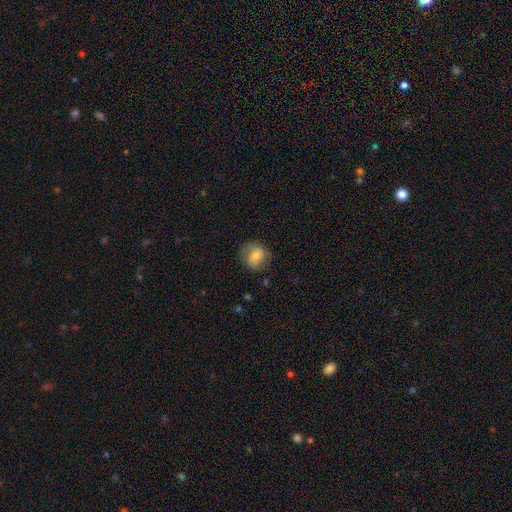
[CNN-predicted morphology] type=smooth (70%); roundness=round (67%); merging=none (71%).